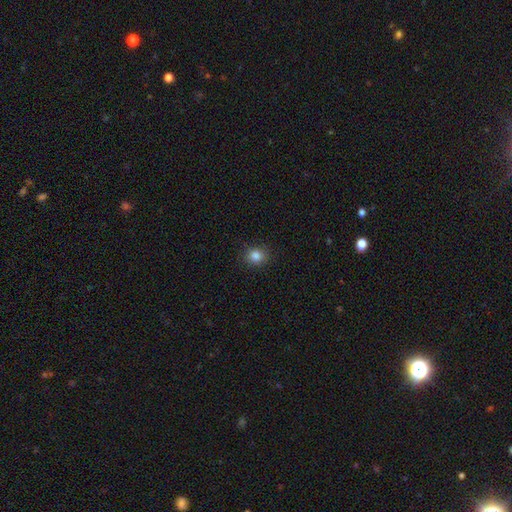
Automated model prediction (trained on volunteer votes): Smooth or featured? Predicted: smooth (p=0.84). How rounded? Predicted: round (p=0.79). Merging? Predicted: none (p=0.89).